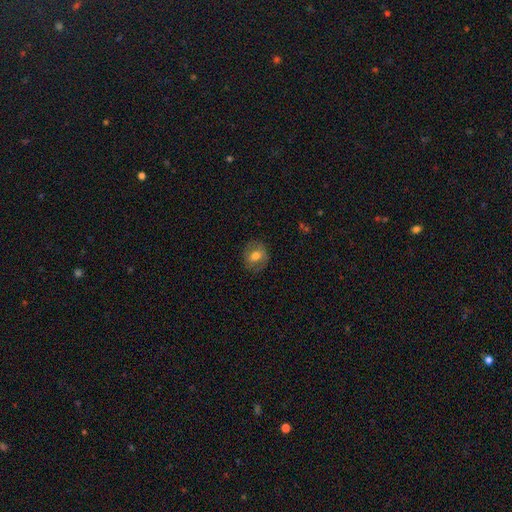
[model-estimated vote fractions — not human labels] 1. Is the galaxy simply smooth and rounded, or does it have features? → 63% smooth, 28% featured or disk, 9% star or artifact.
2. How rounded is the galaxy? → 69% round, 30% in between, 1% cigar-shaped.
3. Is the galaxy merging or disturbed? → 81% none, 13% minor disturbance, 5% major disturbance, 1% merger.